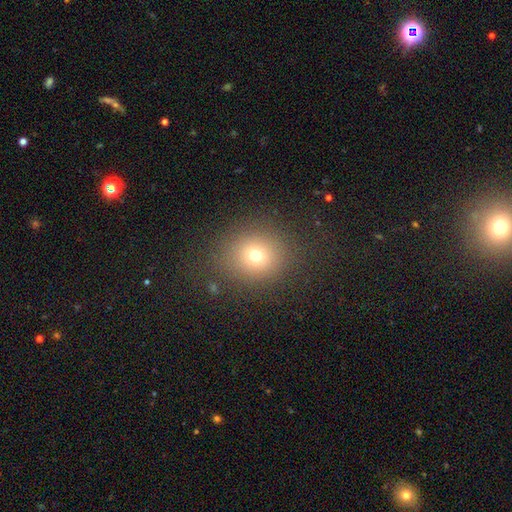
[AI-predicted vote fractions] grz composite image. It shows a smooth galaxy with no disk features (70%) that is round (83%). Merging: none (84%).